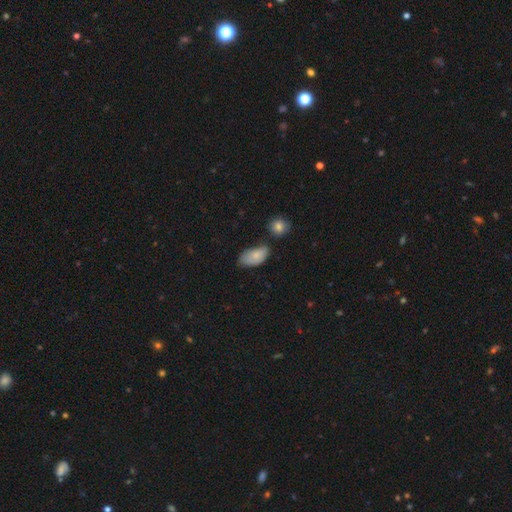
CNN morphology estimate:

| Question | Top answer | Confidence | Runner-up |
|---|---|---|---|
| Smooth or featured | smooth | 80% | featured or disk (13%) |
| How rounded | in between | 93% | round (4%) |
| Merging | none | 45% | minor disturbance (36%) |